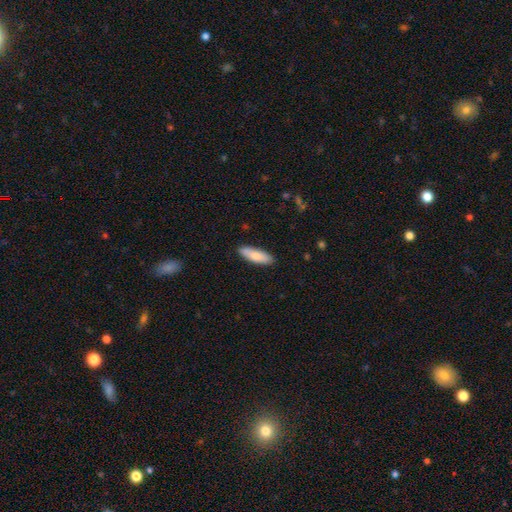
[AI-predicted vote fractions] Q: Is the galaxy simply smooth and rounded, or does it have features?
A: smooth — 82%.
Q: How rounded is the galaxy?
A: in between — 52%.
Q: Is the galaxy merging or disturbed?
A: none — 89%.